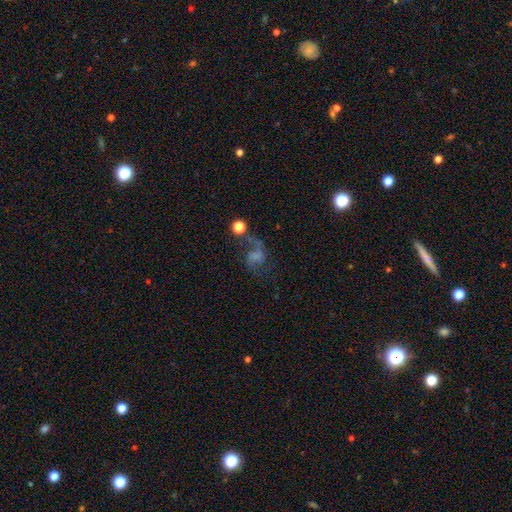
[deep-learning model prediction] This appears to be a featured or disk galaxy (65%) with no bar (52%), 2 (84%) loose (67%) spiral arms (88%) and no central bulge (45%). Merging: none (53%).